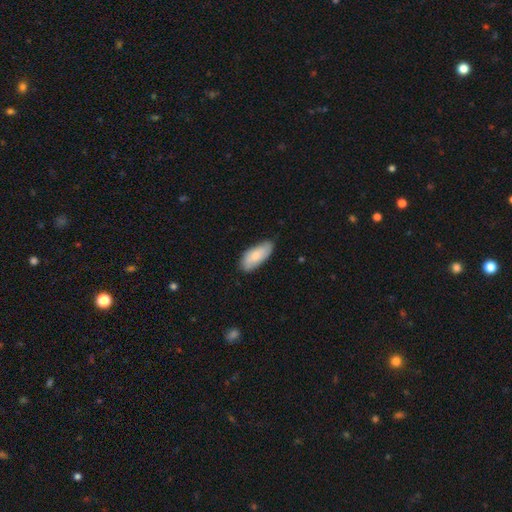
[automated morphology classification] smooth 75%, featured or disk 20%, star or artifact 5%. Down the decision tree: how rounded — in between (87%); merging — none (76%).